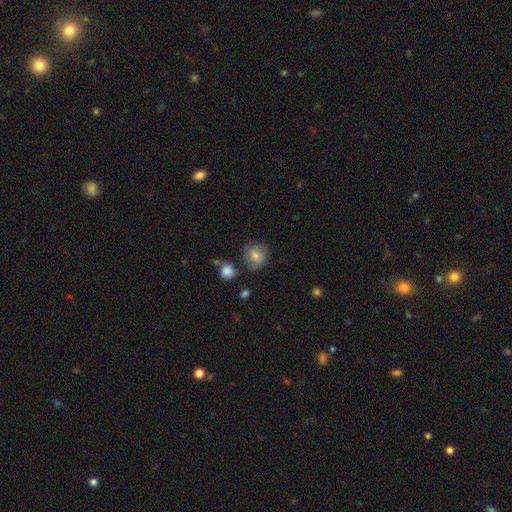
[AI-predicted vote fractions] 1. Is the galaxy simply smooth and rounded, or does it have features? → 79% smooth, 12% featured or disk, 9% star or artifact.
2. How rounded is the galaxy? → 84% round, 15% in between, 1% cigar-shaped.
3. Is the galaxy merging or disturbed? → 72% none, 18% minor disturbance, 5% major disturbance, 5% merger.